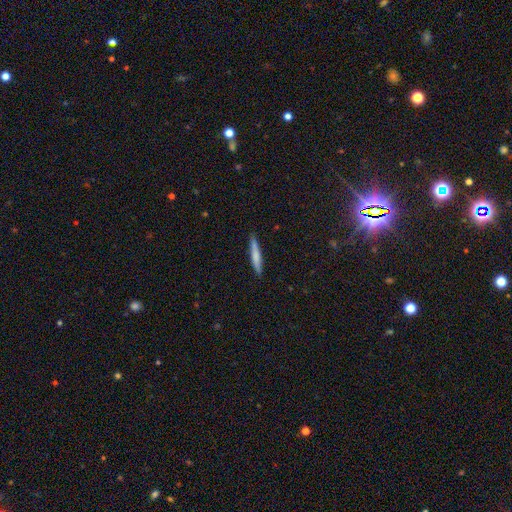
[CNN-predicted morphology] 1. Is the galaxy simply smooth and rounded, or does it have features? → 72% smooth, 23% featured or disk, 6% star or artifact.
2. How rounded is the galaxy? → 94% cigar-shaped, 5% in between, 1% round.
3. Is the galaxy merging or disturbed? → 88% none, 10% minor disturbance, 2% major disturbance, 1% merger.